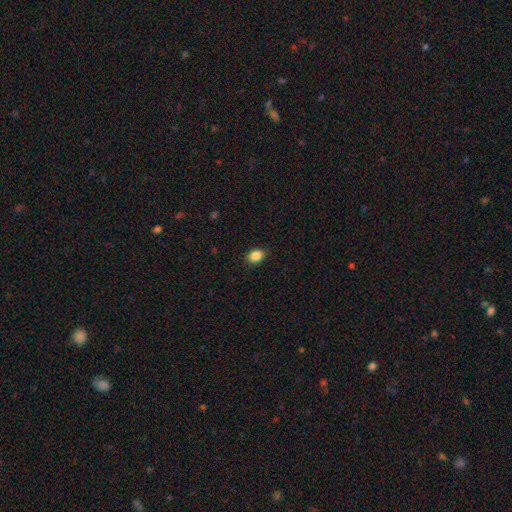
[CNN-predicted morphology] The model was most divided on "how rounded": in between: 78%, round: 21%, cigar-shaped: 1%. More confident: merging — none (89%); smooth or featured — smooth (87%).